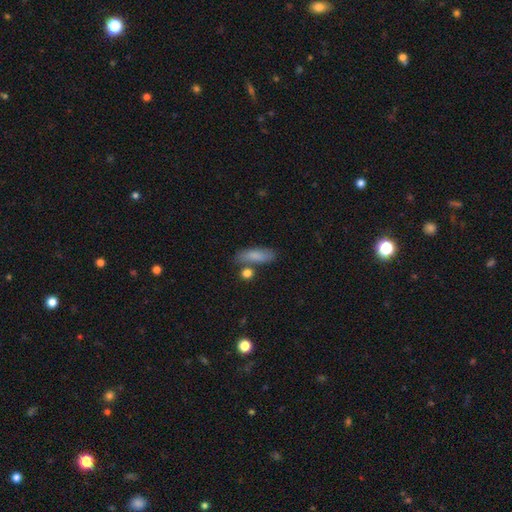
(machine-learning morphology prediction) The model was most divided on "how rounded": in between: 56%, cigar-shaped: 40%, round: 4%. More confident: smooth or featured — smooth (82%); merging — none (68%).